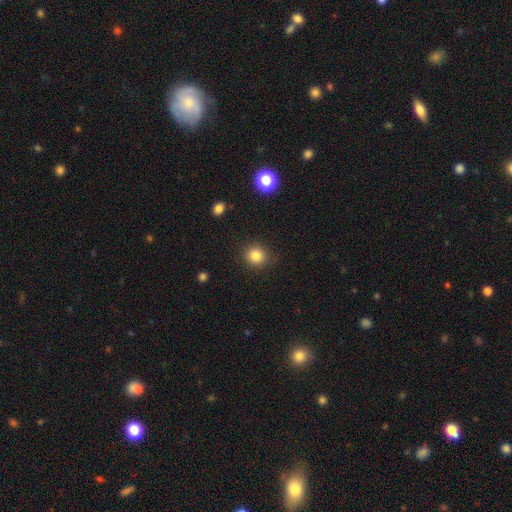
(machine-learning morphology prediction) Smooth or featured?
  - smooth: 83% *
  - star or artifact: 12%
  - featured or disk: 6%
How rounded?
  - round: 88% *
  - in between: 11%
  - cigar-shaped: 1%
Merging?
  - none: 87% *
  - minor disturbance: 9%
  - major disturbance: 3%
  - merger: 1%